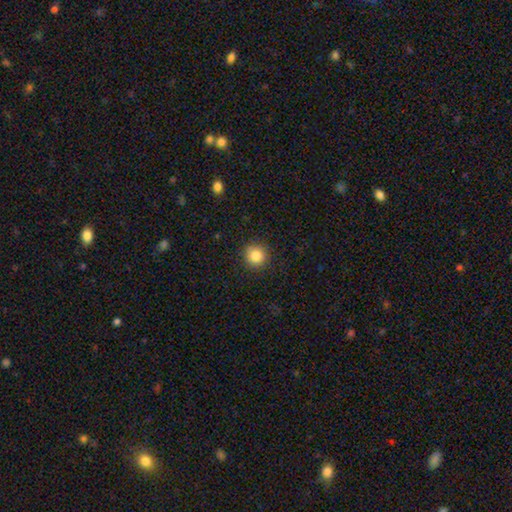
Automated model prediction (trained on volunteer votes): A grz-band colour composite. It shows a smooth galaxy with no disk features (85%) that is round (94%). Merging: none (90%).